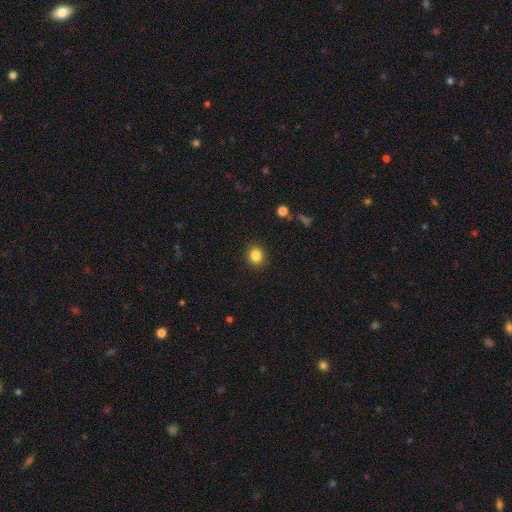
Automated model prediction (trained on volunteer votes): smooth 84%, star or artifact 11%, featured or disk 5%. Down the decision tree: how rounded — round (78%); merging — none (91%).